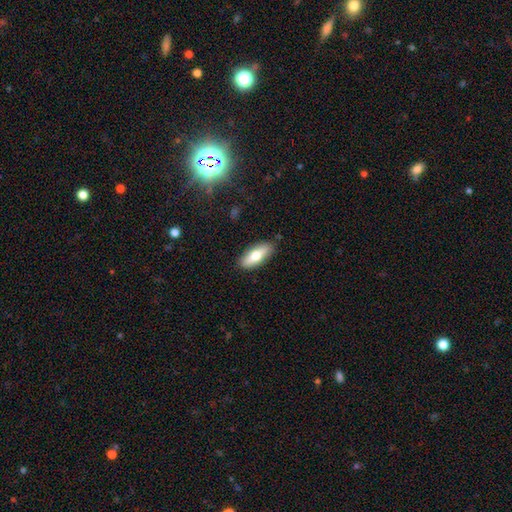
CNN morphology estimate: A smooth galaxy with no disk features (63%) that is in between round and cigar-shaped (69%). Merging: none (87%).